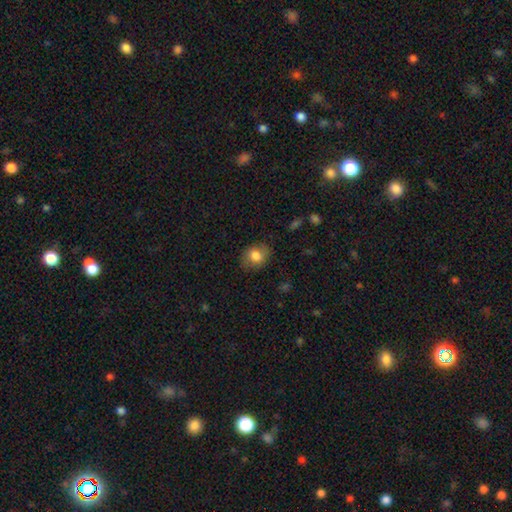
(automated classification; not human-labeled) smooth-or-featured: smooth: 78% | featured or disk: 14% | star or artifact: 8%
  how-rounded: in between: 58% | round: 41% | cigar-shaped: 1%
  merging: none: 81% | minor disturbance: 14% | major disturbance: 4% | merger: 1%